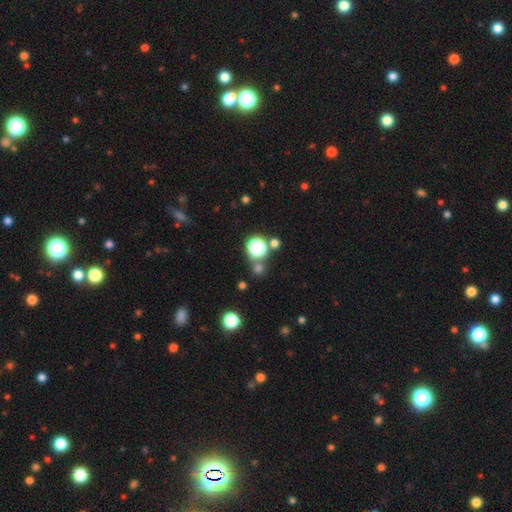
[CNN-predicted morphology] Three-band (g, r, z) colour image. It shows a star or artifact, not a galaxy (62%).